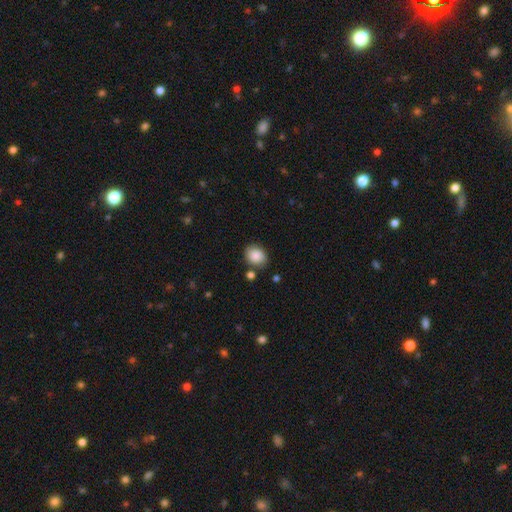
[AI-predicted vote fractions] This is clearly a smooth galaxy (87%). How rounded: possibly in between (52%). Merging: likely none (78%).